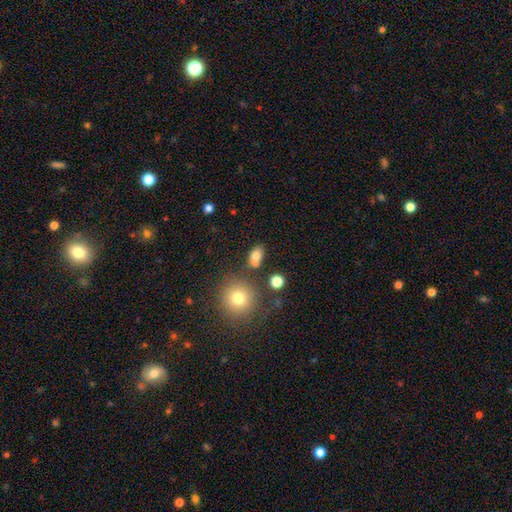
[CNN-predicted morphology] Smooth or featured? Predicted: smooth (p=0.76). How rounded? Predicted: in between (p=0.65). Merging? Predicted: none (p=0.59).